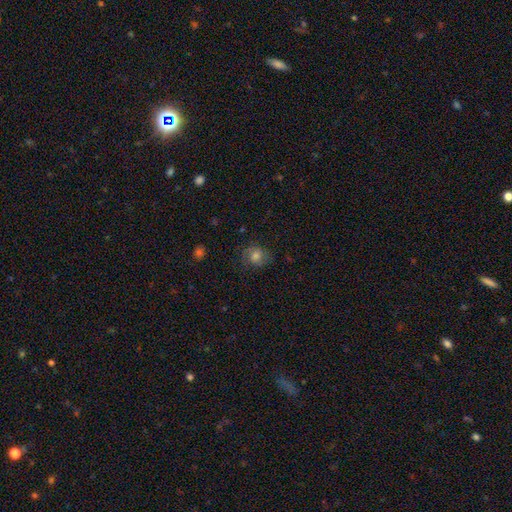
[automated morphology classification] smooth 53%, featured or disk 30%, star or artifact 16%. Down the decision tree: how rounded — round (69%); merging — none (72%).